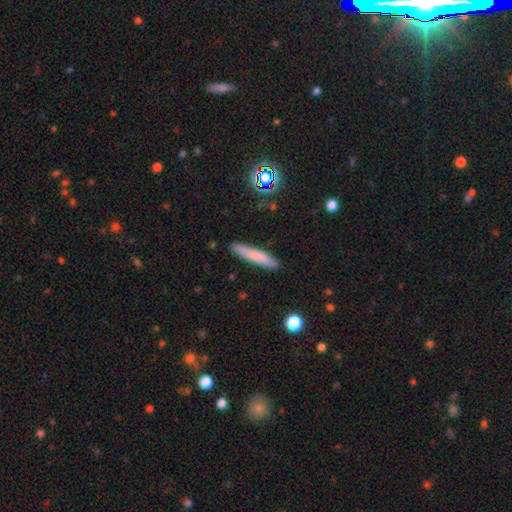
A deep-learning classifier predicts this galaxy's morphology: Overall: smooth (75%). How rounded: cigar-shaped (91%). Merging: none (87%).